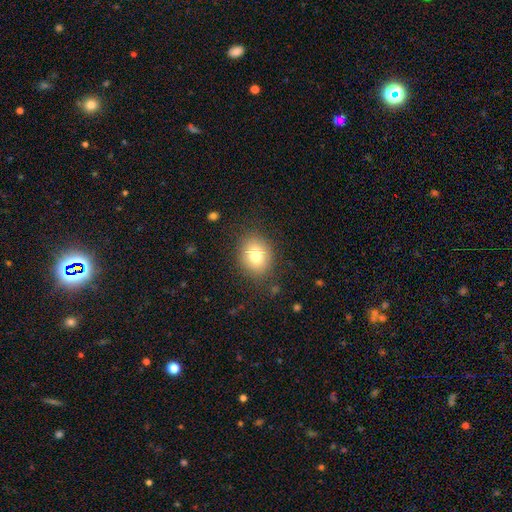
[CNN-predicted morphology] A smooth galaxy with no disk features (77%) that is round (53%). Merging: none (84%).